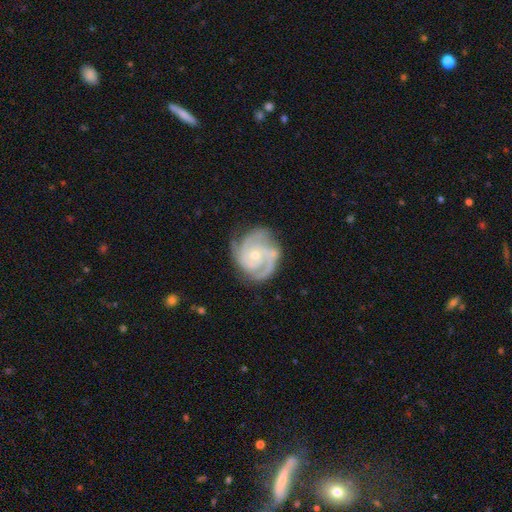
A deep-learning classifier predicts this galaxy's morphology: This is clearly a featured or disk galaxy (90%). It is clearly not viewed edge-on (98%). Bar: likely no (73%). Spiral arm pattern: clearly yes (98%). Spiral arm count: possibly 3 (48%). Spiral winding: possibly tight (57%). Central bulge: likely small (71%). Merging: likely none (69%).